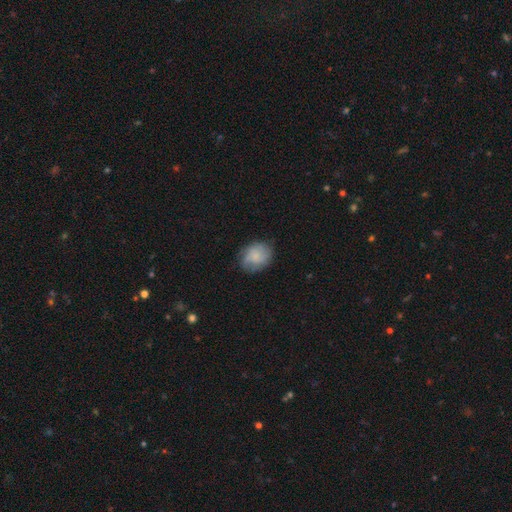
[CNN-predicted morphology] A smooth galaxy with no disk features (67%) that is round (51%). Merging: none (72%).